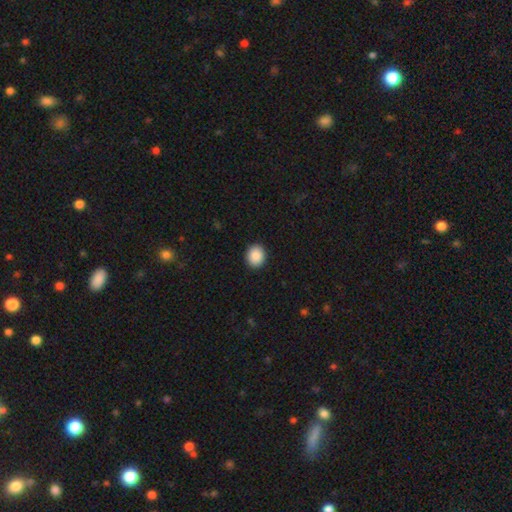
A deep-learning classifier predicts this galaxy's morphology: Smooth or featured: smooth — 90% (star or artifact — 8%)
How rounded: round — 73% (in between — 26%)
Merging: none — 92% (minor disturbance — 6%)